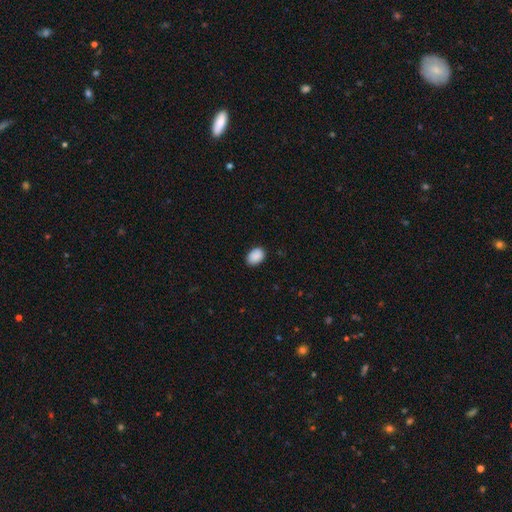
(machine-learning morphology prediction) This appears to be a smooth galaxy with no disk features (90%) that is in between round and cigar-shaped (80%). Merging: none (87%).